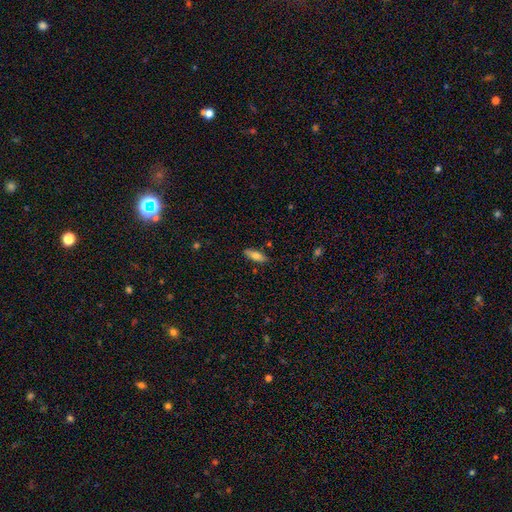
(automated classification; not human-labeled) A smooth galaxy with no disk features (71%) that is in between round and cigar-shaped (63%).

Vote fractions:
- Smooth or featured? smooth: 71% / featured or disk: 22% / star or artifact: 7%
- How rounded? in between: 63% / cigar-shaped: 34% / round: 2%
- Merging? none: 85% / minor disturbance: 11% / major disturbance: 2% / merger: 2%